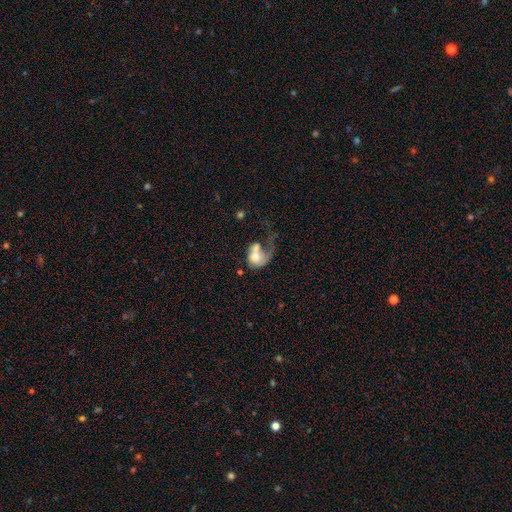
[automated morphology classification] A smooth galaxy with no disk features (48%). Merging: major disturbance (41%).